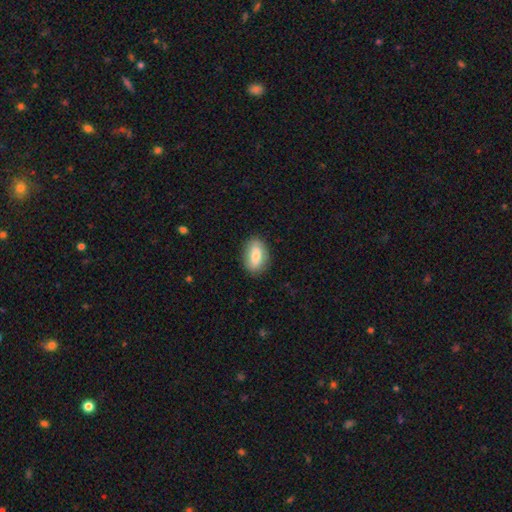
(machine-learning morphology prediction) Smooth or featured? Predicted: smooth (p=0.77). How rounded? Predicted: in between (p=0.87). Merging? Predicted: none (p=0.85).